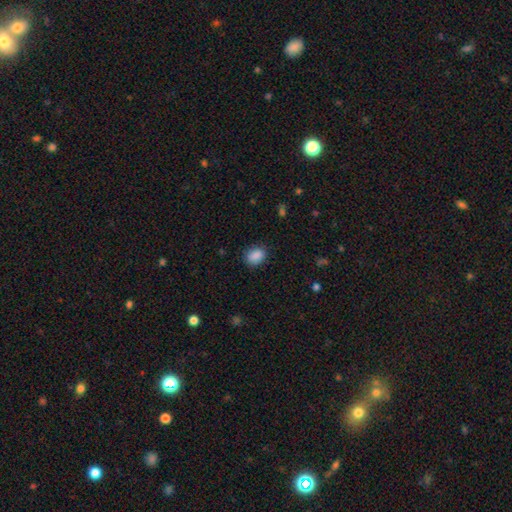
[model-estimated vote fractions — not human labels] Overall: smooth (88%). How rounded: in between (61%; round 38%). Merging: none (84%).